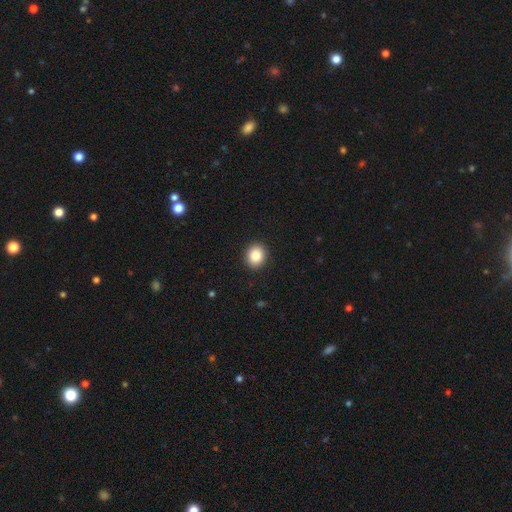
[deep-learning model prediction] A smooth galaxy with no disk features (86%) that is round (72%). Merging: none (92%).